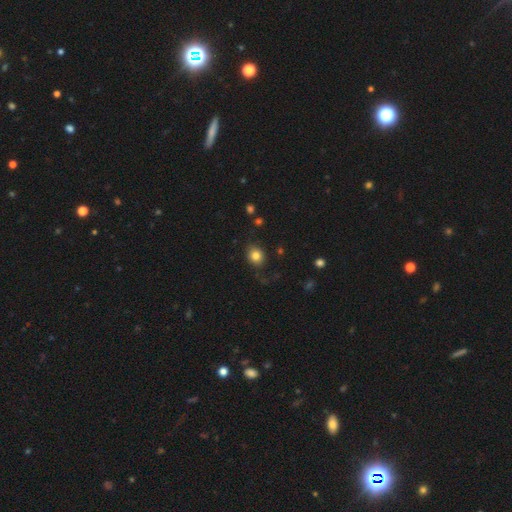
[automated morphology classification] smooth 82%, star or artifact 11%, featured or disk 8%. Down the decision tree: how rounded — round (70%); merging — none (79%).